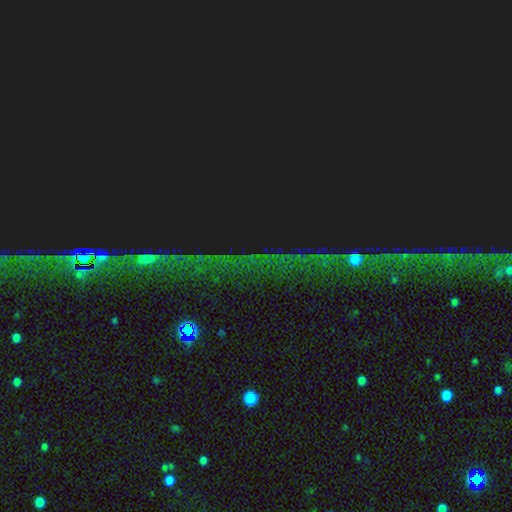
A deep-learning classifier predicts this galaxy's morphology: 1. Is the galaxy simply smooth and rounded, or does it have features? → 82% star or artifact, 9% smooth, 9% featured or disk.